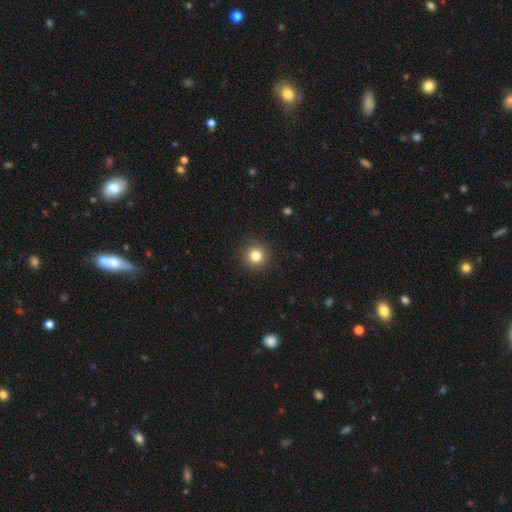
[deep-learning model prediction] A smooth galaxy with no disk features (82%) that is round (95%).

Vote fractions:
- Smooth or featured? smooth: 82% / star or artifact: 12% / featured or disk: 6%
- How rounded? round: 95% / in between: 4% / cigar-shaped: 1%
- Merging? none: 92% / minor disturbance: 5% / major disturbance: 2% / merger: 1%